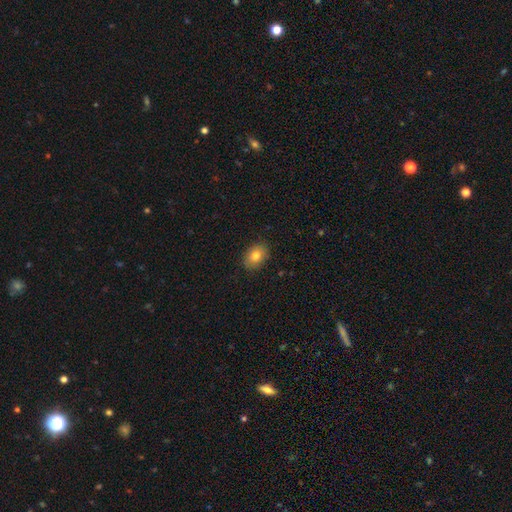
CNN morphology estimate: Smooth or featured? Predicted: smooth (p=0.80). How rounded? Predicted: in between (p=0.75). Merging? Predicted: none (p=0.87).